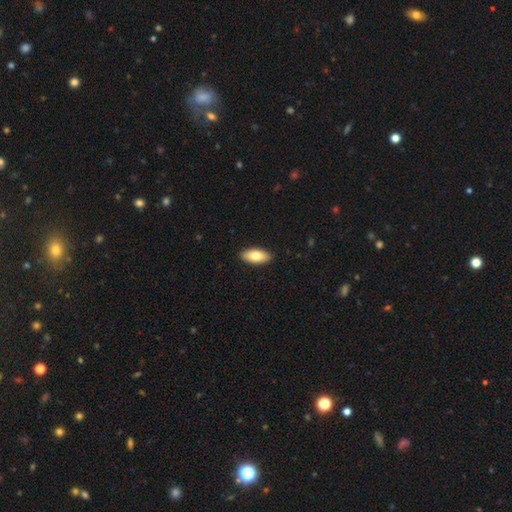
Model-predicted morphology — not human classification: This appears to be a smooth galaxy with no disk features (79%) that is in between round and cigar-shaped (89%). Merging: none (90%).